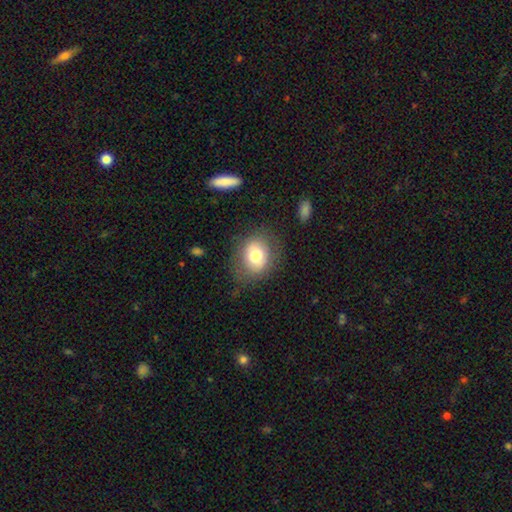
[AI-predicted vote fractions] This appears to be a smooth galaxy with no disk features (73%) that is round (52%). Merging: none (74%).